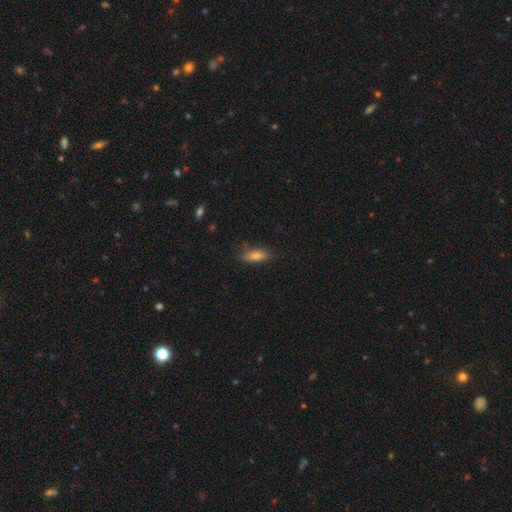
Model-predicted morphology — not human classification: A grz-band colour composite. It shows a smooth galaxy with no disk features (74%) that is in between round and cigar-shaped (55%). Merging: none (78%).